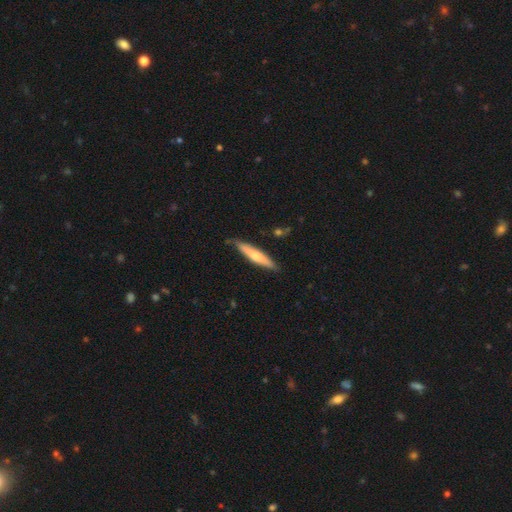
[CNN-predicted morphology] A smooth galaxy with no disk features (52%) that is cigar-shaped (88%). Merging: none (81%).